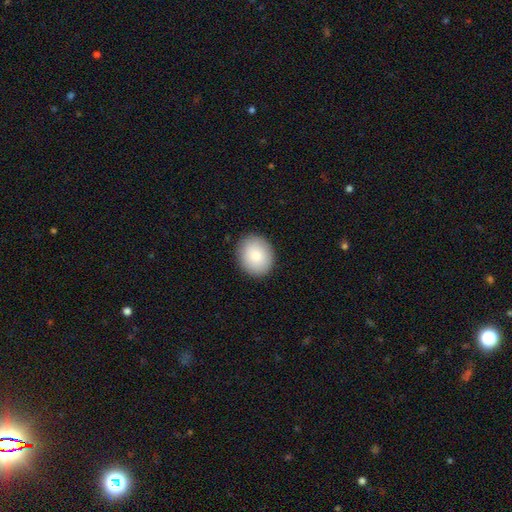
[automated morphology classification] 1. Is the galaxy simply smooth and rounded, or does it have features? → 85% smooth, 8% featured or disk, 7% star or artifact.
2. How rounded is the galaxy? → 61% round, 38% in between, 1% cigar-shaped.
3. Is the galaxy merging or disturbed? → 90% none, 7% minor disturbance, 2% major disturbance, 1% merger.